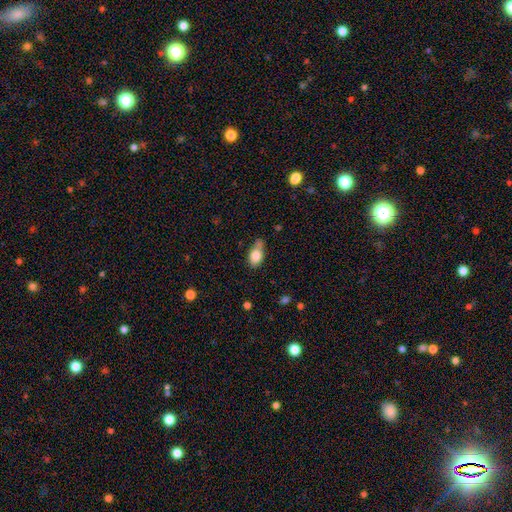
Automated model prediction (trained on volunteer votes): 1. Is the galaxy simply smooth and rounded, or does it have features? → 81% smooth, 11% featured or disk, 8% star or artifact.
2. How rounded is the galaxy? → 83% in between, 13% round, 4% cigar-shaped.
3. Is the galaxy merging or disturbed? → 44% none, 34% minor disturbance, 12% merger, 10% major disturbance.